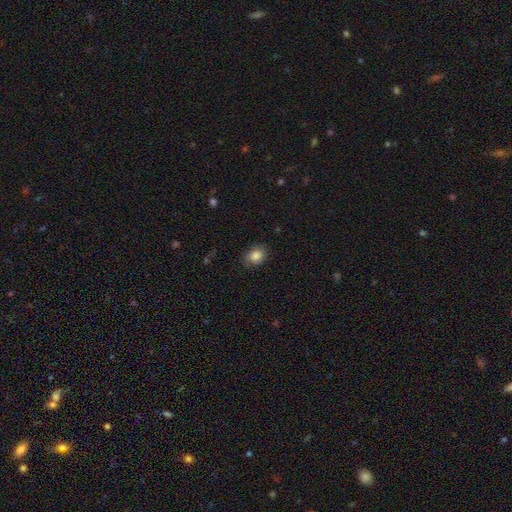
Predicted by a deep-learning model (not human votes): Morphology: type=smooth (83%); roundness=round (53%); merging=none (75%).